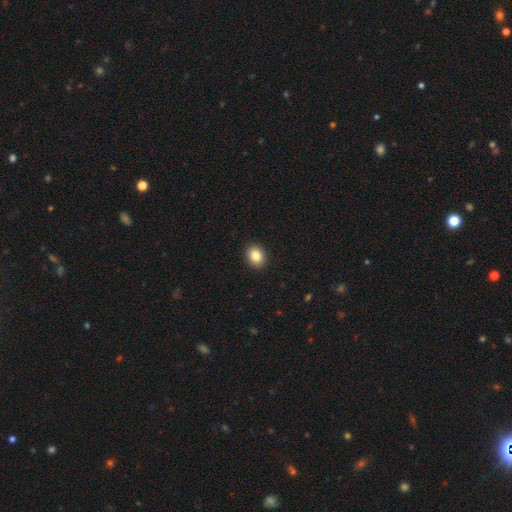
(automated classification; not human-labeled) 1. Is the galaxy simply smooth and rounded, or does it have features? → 85% smooth, 9% star or artifact, 6% featured or disk.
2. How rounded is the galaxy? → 51% round, 48% in between, 1% cigar-shaped.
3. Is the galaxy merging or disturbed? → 91% none, 6% minor disturbance, 2% major disturbance, 1% merger.